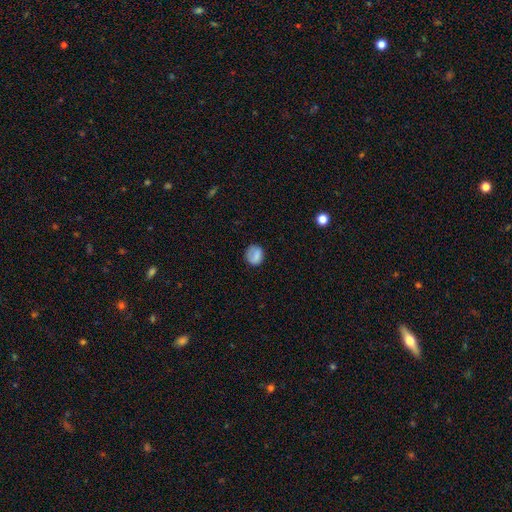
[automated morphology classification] This is likely a smooth galaxy (79%). How rounded: likely round (75%). Merging: likely none (72%).